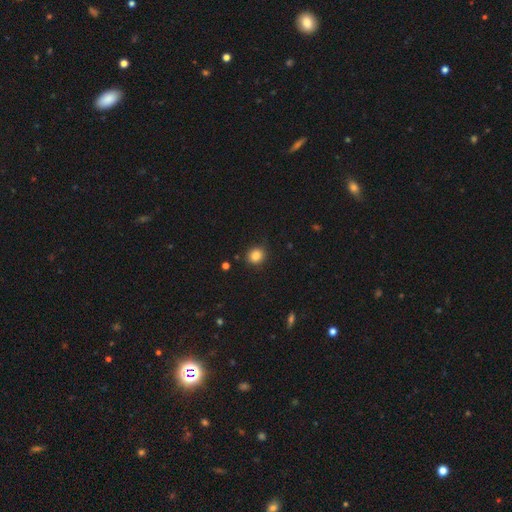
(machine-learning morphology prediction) Smooth or featured?
  - smooth: 84% *
  - star or artifact: 11%
  - featured or disk: 5%
How rounded?
  - round: 83% *
  - in between: 16%
  - cigar-shaped: 1%
Merging?
  - none: 89% *
  - minor disturbance: 7%
  - major disturbance: 2%
  - merger: 1%